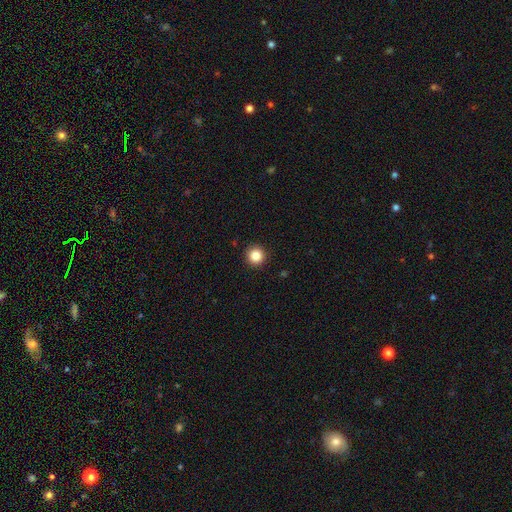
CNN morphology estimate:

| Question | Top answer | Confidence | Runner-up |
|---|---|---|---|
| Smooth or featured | smooth | 86% | star or artifact (10%) |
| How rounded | round | 95% | in between (4%) |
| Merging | none | 92% | minor disturbance (5%) |